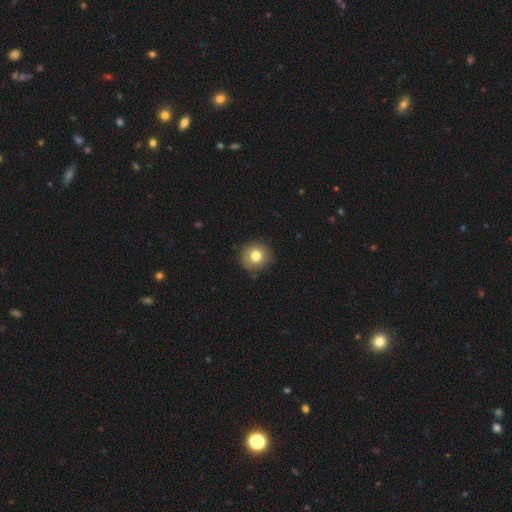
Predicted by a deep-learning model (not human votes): Smooth or featured? smooth (79%)
How rounded? round (89%)
Merging? none (88%)